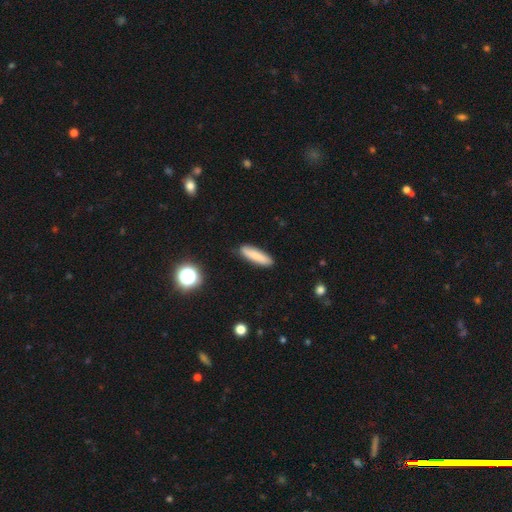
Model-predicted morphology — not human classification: A smooth galaxy with no disk features (80%) that is cigar-shaped (75%). Merging: none (87%).